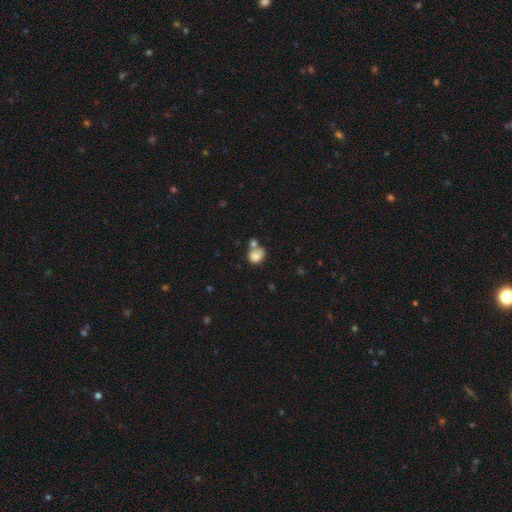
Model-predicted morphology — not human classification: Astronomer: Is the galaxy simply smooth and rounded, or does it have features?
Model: smooth — 78%.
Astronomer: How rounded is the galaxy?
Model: round — 62%.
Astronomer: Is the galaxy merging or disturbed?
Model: merger — 44% (runner-up: none, 33%).